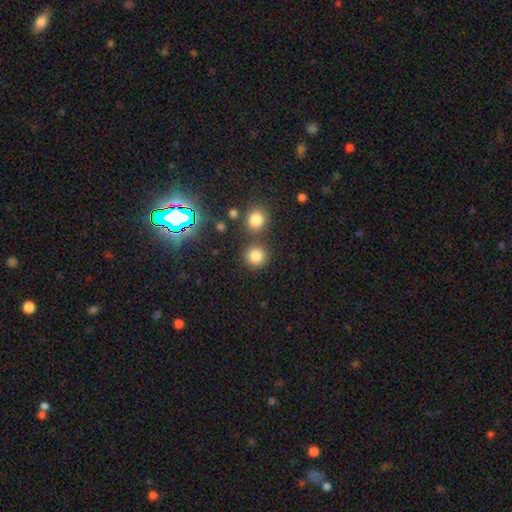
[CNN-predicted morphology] Smooth or featured: smooth — 81% (star or artifact — 14%)
How rounded: round — 92% (in between — 7%)
Merging: none — 77% (merger — 12%)